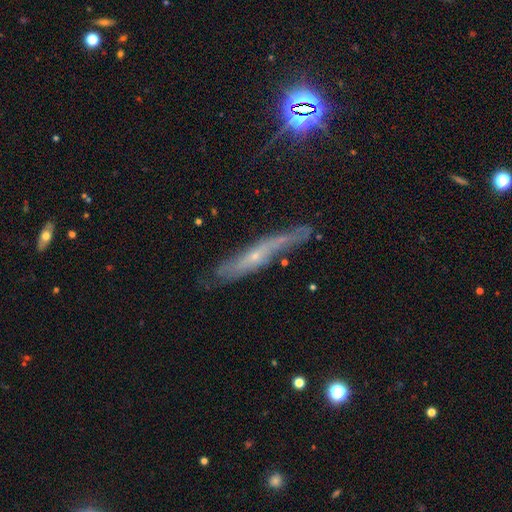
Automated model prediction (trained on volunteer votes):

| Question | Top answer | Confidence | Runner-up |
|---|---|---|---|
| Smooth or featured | featured or disk | 64% | smooth (24%) |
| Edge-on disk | yes | 71% | no (29%) |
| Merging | none | 61% | minor disturbance (27%) |